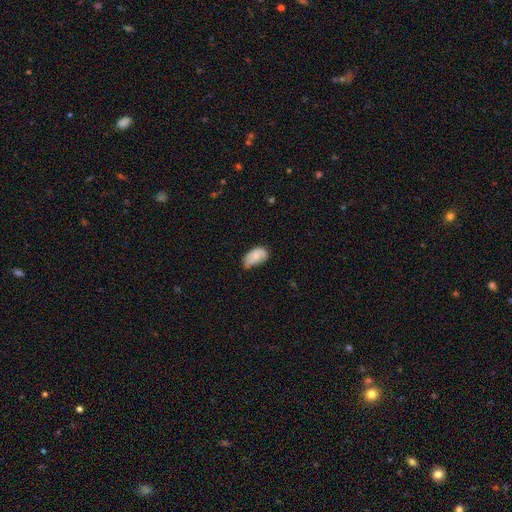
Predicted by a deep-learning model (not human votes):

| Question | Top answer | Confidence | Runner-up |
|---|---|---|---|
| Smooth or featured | smooth | 68% | featured or disk (25%) |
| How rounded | in between | 92% | round (6%) |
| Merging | none | 47% | minor disturbance (40%) |